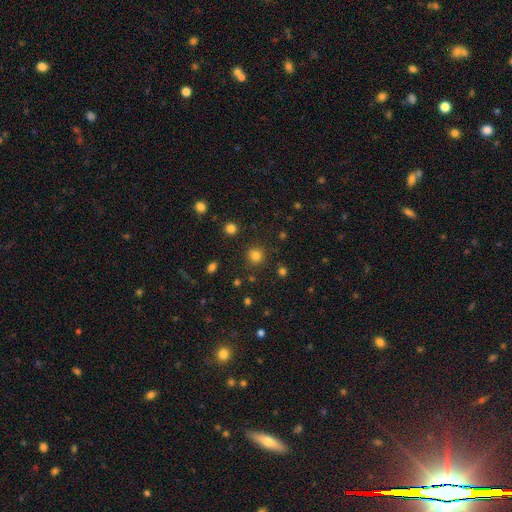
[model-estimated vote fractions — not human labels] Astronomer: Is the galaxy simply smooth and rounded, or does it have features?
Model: smooth — 80%.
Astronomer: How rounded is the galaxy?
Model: round — 91%.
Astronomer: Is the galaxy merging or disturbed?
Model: none — 87%.